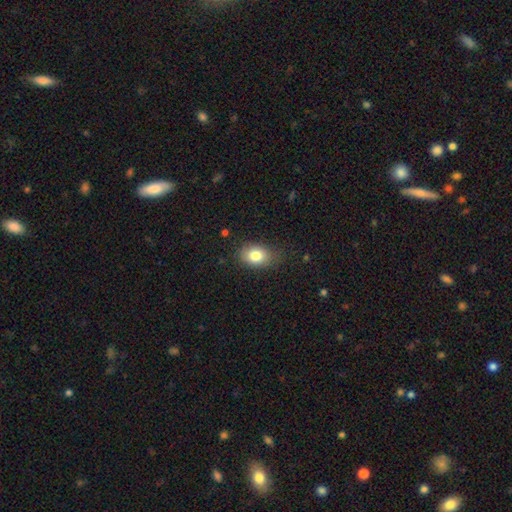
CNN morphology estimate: smooth 81%, featured or disk 10%, star or artifact 9%. Down the decision tree: how rounded — in between (77%); merging — none (75%).